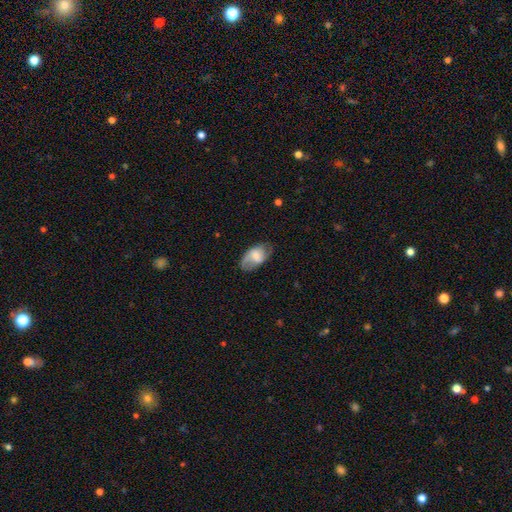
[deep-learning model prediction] The model was most divided on "smooth or featured": smooth: 52%, featured or disk: 41%, star or artifact: 7%. More confident: how rounded — in between (91%); merging — none (67%).